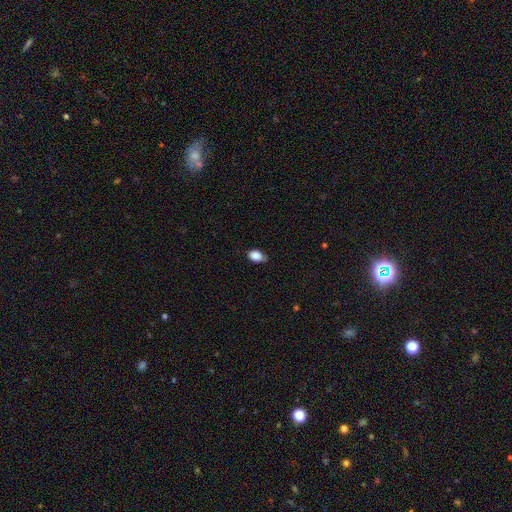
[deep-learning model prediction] Smooth or featured?
  - smooth: 87% *
  - star or artifact: 8%
  - featured or disk: 4%
How rounded?
  - in between: 77% *
  - round: 22%
  - cigar-shaped: 1%
Merging?
  - none: 68% *
  - minor disturbance: 26%
  - major disturbance: 4%
  - merger: 1%